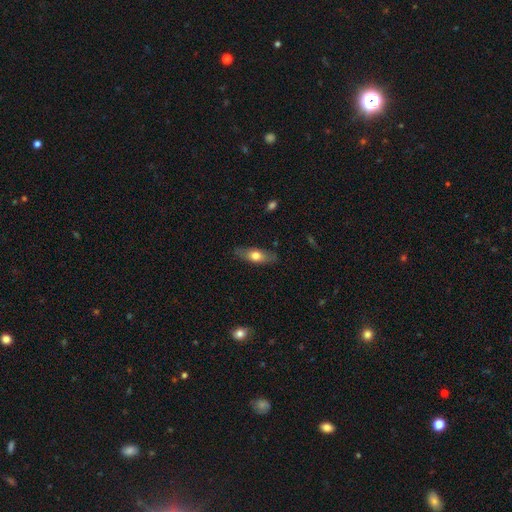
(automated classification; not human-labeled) Smooth or featured? Predicted: smooth (p=0.62). How rounded? Predicted: in between (p=0.66). Merging? Predicted: none (p=0.82).